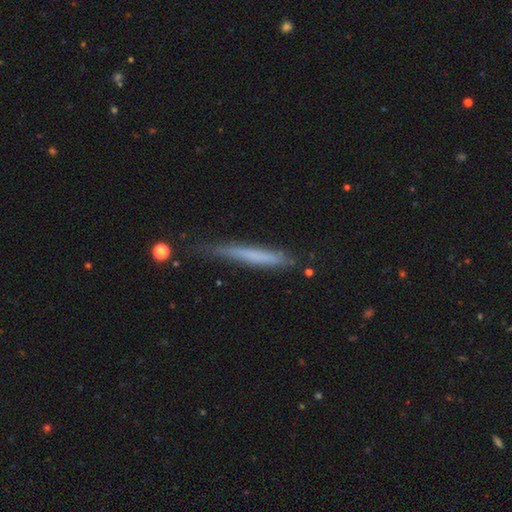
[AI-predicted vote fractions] smooth 59%, featured or disk 34%, star or artifact 7%. Down the decision tree: how rounded — cigar-shaped (96%); merging — none (71%).